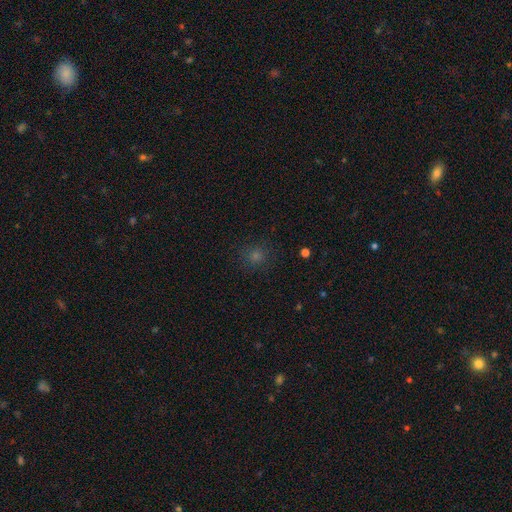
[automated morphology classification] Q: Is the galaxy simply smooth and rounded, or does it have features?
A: smooth — 60%.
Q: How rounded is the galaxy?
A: round — 90%.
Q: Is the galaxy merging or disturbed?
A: none — 88%.